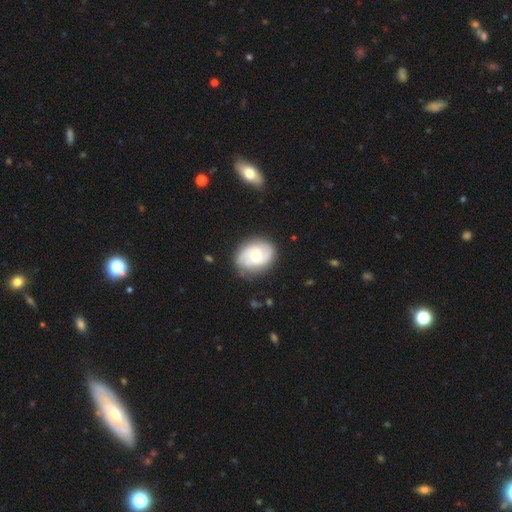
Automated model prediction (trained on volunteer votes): Smooth or featured?
  - featured or disk: 67% *
  - smooth: 27%
  - star or artifact: 6%
Edge-on disk?
  - no: 97% *
  - yes: 3%
Bar?
  - no: 57% *
  - weak: 37%
  - strong: 6%
Spiral arms?
  - yes: 90% *
  - no: 10%
Spiral winding?
  - medium: 42% *
  - tight: 40%
  - loose: 18%
Spiral arm count?
  - 2: 71% *
  - can't tell: 15%
  - 3: 8%
  - 1: 3%
  - 4: 2%
  - more than 4: 2%
Bulge size?
  - moderate: 63% *
  - small: 27%
  - large: 7%
  - none: 1%
  - dominant: 1%
Merging?
  - none: 81% *
  - minor disturbance: 14%
  - major disturbance: 4%
  - merger: 1%